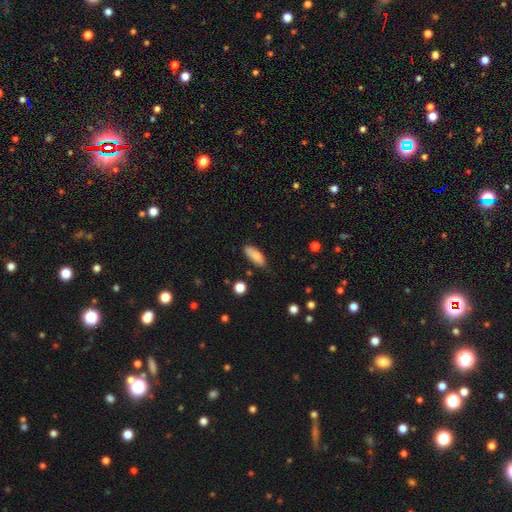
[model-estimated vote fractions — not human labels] The model was most divided on "how rounded": in between: 72%, cigar-shaped: 25%, round: 2%. More confident: smooth or featured — smooth (82%); merging — none (73%).